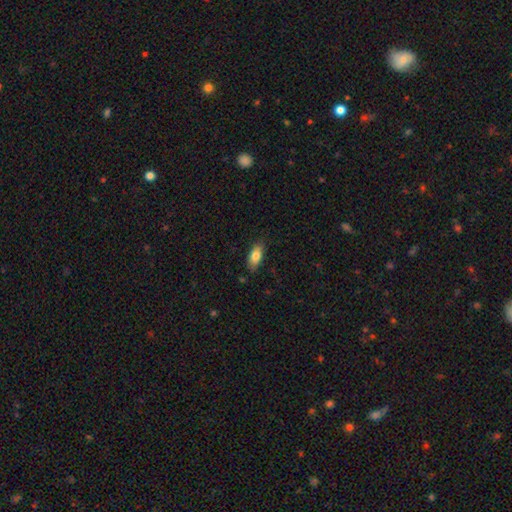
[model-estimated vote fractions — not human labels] This is likely a smooth galaxy (80%). How rounded: clearly in between (86%). Merging: clearly none (83%).